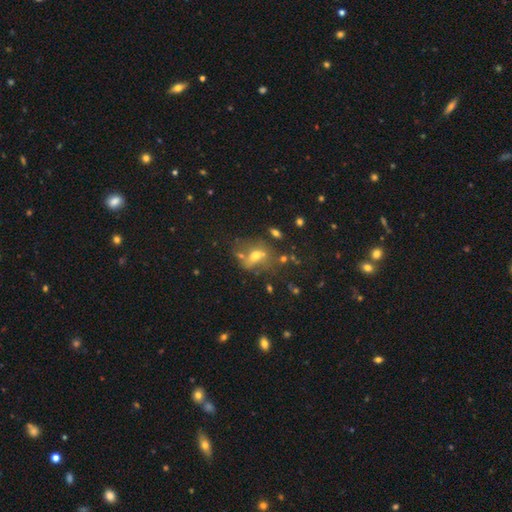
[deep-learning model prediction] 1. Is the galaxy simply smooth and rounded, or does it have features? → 50% smooth, 30% featured or disk, 20% star or artifact.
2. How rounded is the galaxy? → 60% in between, 35% round, 5% cigar-shaped.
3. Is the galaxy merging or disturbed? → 45% none, 21% merger, 19% minor disturbance, 15% major disturbance.